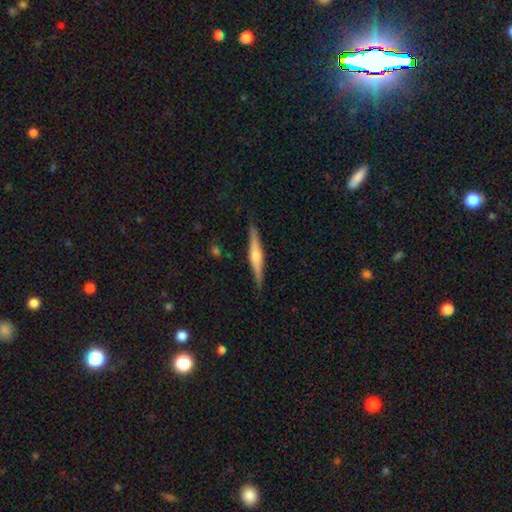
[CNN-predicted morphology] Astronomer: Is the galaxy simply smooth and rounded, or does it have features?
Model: featured or disk — 68%.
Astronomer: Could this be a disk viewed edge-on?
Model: yes — 97%.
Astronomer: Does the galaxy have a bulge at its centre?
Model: rounded — 84%.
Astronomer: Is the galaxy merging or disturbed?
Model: none — 88%.